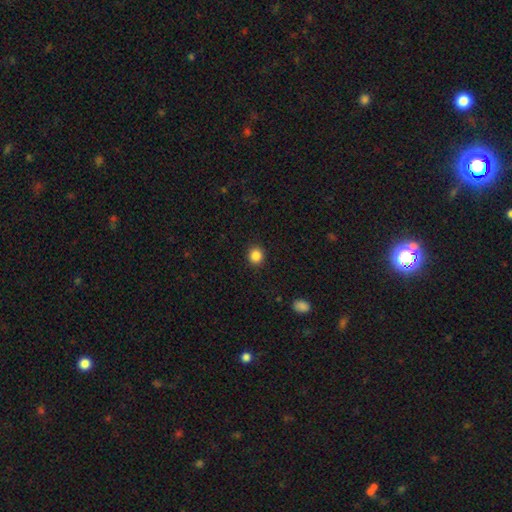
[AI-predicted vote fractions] Smooth or featured: smooth — 86% (star or artifact — 10%)
How rounded: round — 87% (in between — 12%)
Merging: none — 91% (minor disturbance — 6%)